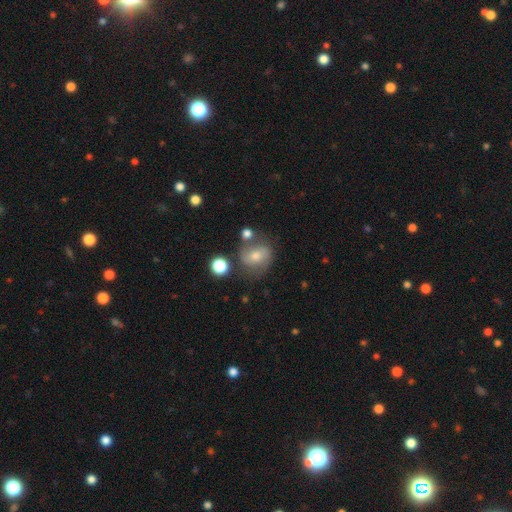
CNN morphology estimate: Q: Smooth or featured?
A: smooth (49%); runner-up: featured or disk (40%)
Q: Merging?
A: none (60%); runner-up: minor disturbance (21%)